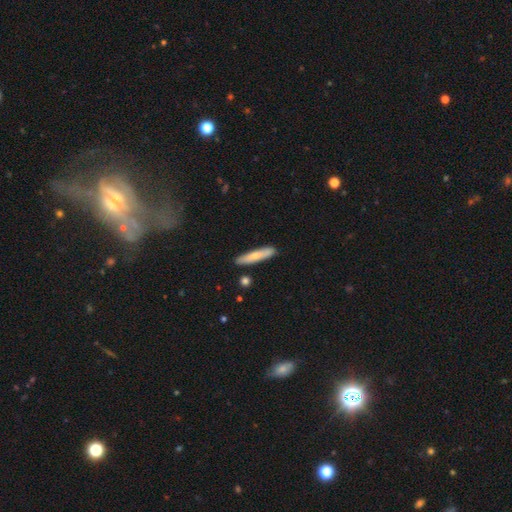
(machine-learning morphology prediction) This appears to be a smooth galaxy with no disk features (66%) that is cigar-shaped (87%). Merging: none (87%).